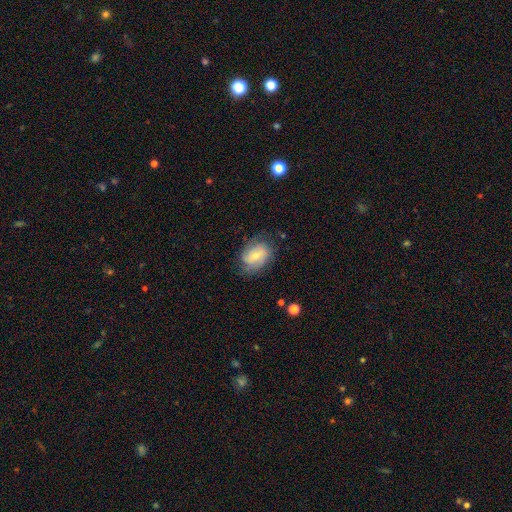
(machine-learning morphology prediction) A featured or disk galaxy (53%) with a weak bar (48%), spiral arms (80%) and a small central bulge (56%).

Vote fractions:
- Smooth or featured? featured or disk: 53% / smooth: 39% / star or artifact: 8%
- Edge-on disk? no: 96% / yes: 4%
- Bar? weak: 48% / no: 35% / strong: 17%
- Spiral arms? yes: 80% / no: 20%
- Bulge size? small: 56% / moderate: 37% / none: 3% / large: 2% / dominant: 1%
- Merging? none: 68% / minor disturbance: 22% / major disturbance: 9% / merger: 1%